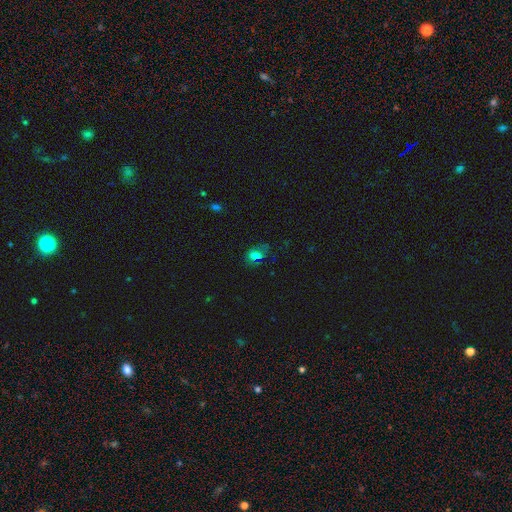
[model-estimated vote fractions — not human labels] A smooth galaxy with no disk features (53%) that is in between round and cigar-shaped (73%).

Vote fractions:
- Smooth or featured? smooth: 53% / star or artifact: 23% / featured or disk: 23%
- How rounded? in between: 73% / round: 25% / cigar-shaped: 2%
- Merging? none: 59% / minor disturbance: 23% / major disturbance: 15% / merger: 3%